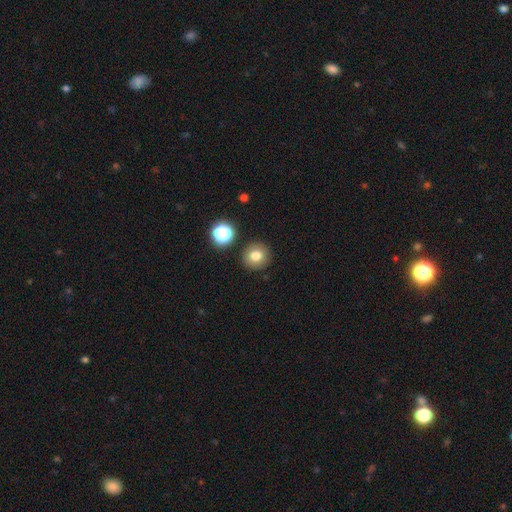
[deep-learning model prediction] smooth-or-featured: smooth: 78% | star or artifact: 13% | featured or disk: 9%
  how-rounded: round: 92% | in between: 7% | cigar-shaped: 1%
  merging: none: 89% | minor disturbance: 6% | merger: 3% | major disturbance: 2%